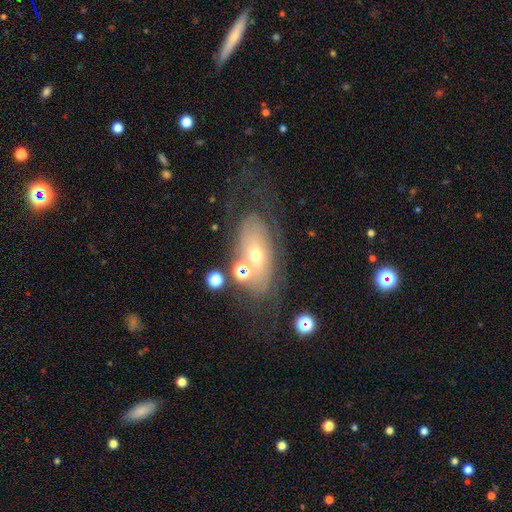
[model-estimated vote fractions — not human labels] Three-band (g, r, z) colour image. It shows a featured or disk galaxy (56%). Merging: none (50%).